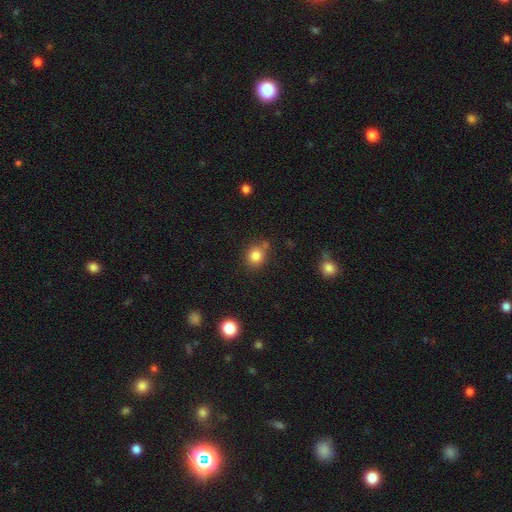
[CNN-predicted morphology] Smooth or featured?
  - smooth: 83% *
  - star or artifact: 11%
  - featured or disk: 6%
How rounded?
  - round: 80% *
  - in between: 19%
  - cigar-shaped: 1%
Merging?
  - none: 75% *
  - minor disturbance: 13%
  - merger: 9%
  - major disturbance: 4%